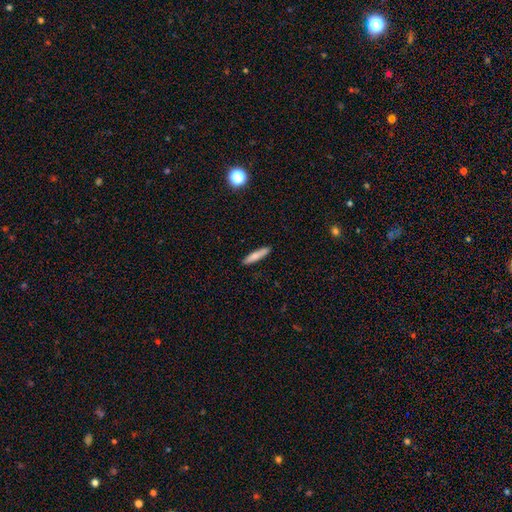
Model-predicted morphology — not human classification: type=smooth (77%); roundness=cigar-shaped (86%); merging=none (89%).